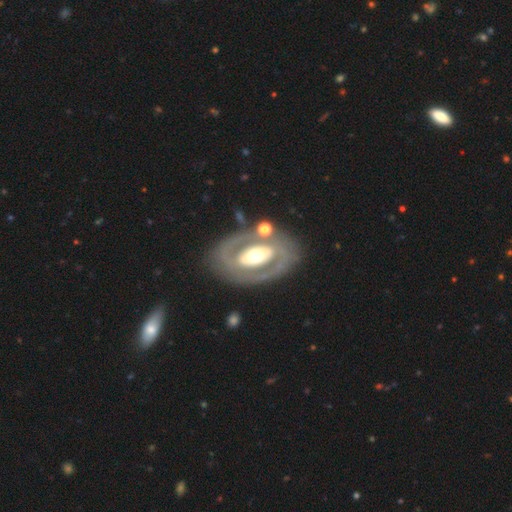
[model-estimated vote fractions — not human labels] This appears to be a featured or disk galaxy (73%) with no bar (53%), no spiral arms (67%) and a moderate central bulge (62%). Merging: none (74%).